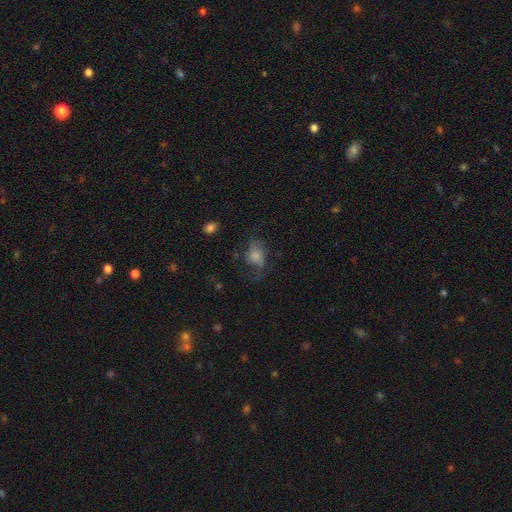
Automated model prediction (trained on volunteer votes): Overall: smooth (60%; featured or disk 28%). How rounded: in between (64%; round 34%). Merging: none (38%; major disturbance 36%).